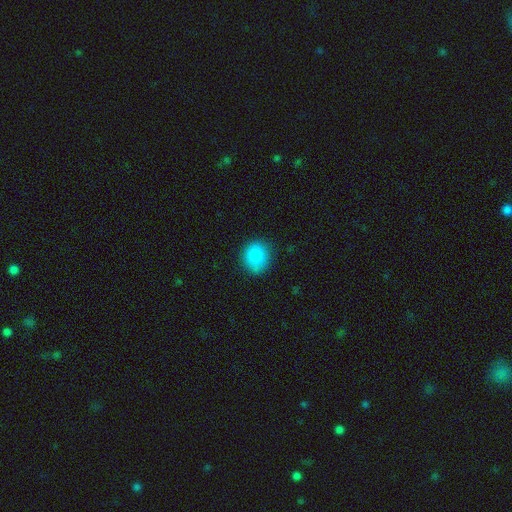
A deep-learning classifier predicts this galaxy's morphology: Smooth or featured: smooth — 88% (star or artifact — 8%)
How rounded: round — 74% (in between — 25%)
Merging: none — 84% (minor disturbance — 12%)